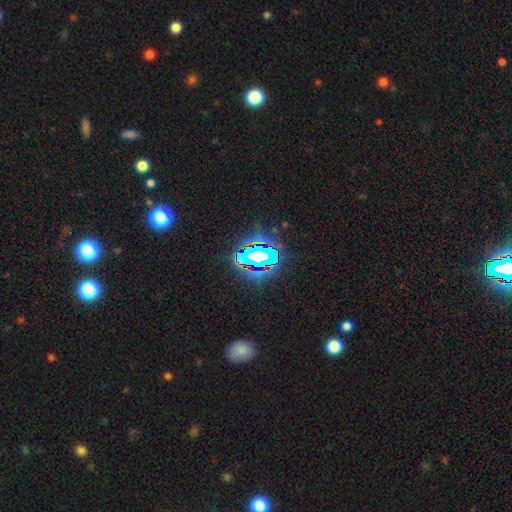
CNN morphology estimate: smooth_or_featured: star or artifact (p=0.65) [alt: smooth p=0.20]